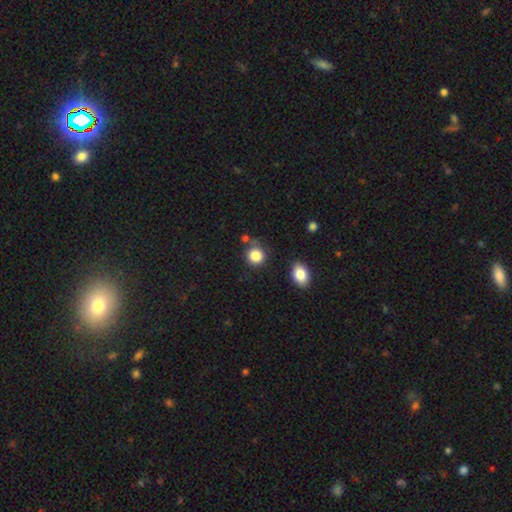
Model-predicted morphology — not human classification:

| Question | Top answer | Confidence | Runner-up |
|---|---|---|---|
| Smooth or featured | smooth | 86% | star or artifact (10%) |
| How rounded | round | 85% | in between (14%) |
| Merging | none | 73% | minor disturbance (15%) |